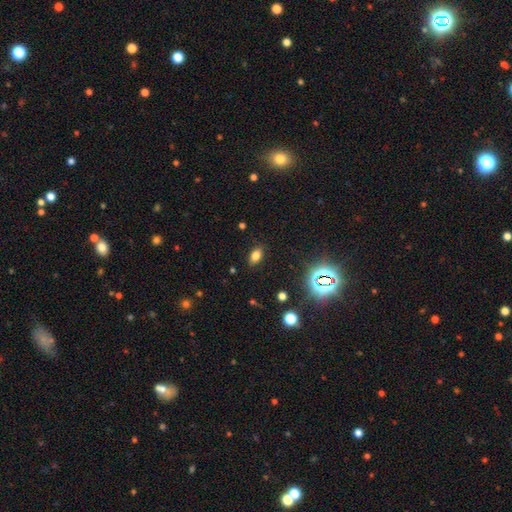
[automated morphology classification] Smooth or featured: smooth — 74% (star or artifact — 19%)
How rounded: in between — 87% (round — 10%)
Merging: none — 87% (minor disturbance — 9%)